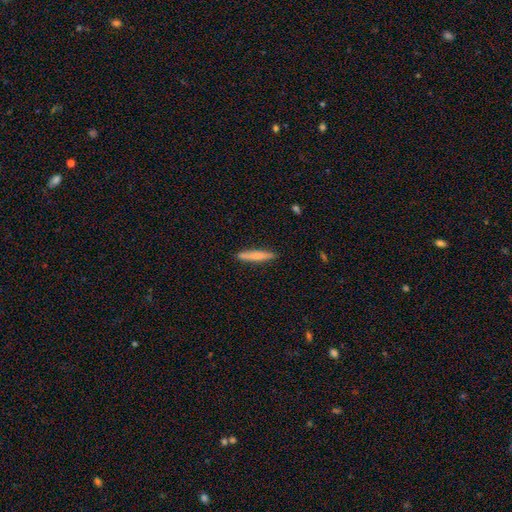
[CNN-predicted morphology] Smooth or featured?
  - smooth: 72% *
  - featured or disk: 22%
  - star or artifact: 6%
How rounded?
  - cigar-shaped: 93% *
  - in between: 6%
  - round: 1%
Merging?
  - none: 88% *
  - minor disturbance: 9%
  - major disturbance: 2%
  - merger: 2%